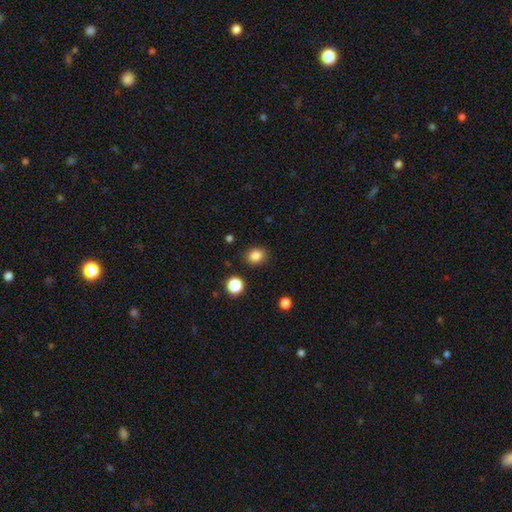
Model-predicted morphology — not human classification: Q: Smooth or featured?
A: smooth (84%); runner-up: star or artifact (12%)
Q: How rounded?
A: round (60%); runner-up: in between (39%)
Q: Merging?
A: none (87%); runner-up: minor disturbance (9%)